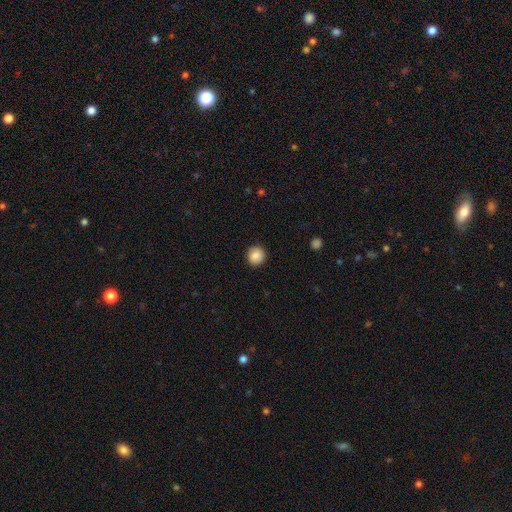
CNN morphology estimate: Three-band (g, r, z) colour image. It shows a smooth galaxy with no disk features (87%) that is round (91%). Merging: none (90%).